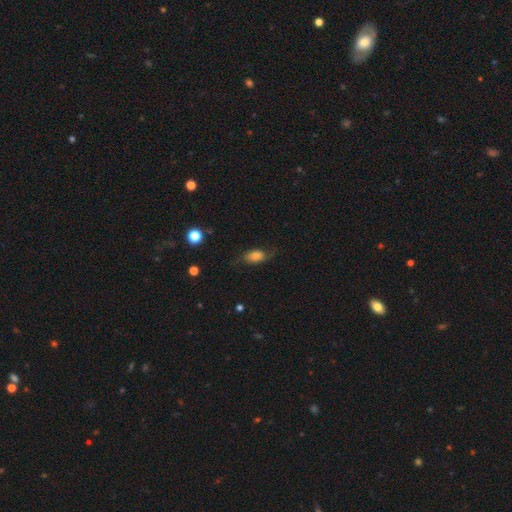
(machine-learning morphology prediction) smooth 64%, featured or disk 25%, star or artifact 10%. Down the decision tree: how rounded — in between (84%); merging — none (60%).